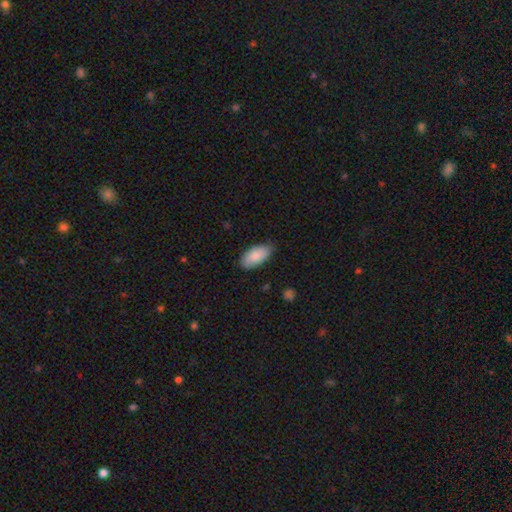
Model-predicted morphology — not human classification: smooth_or_featured: smooth (p=0.87) [alt: featured or disk p=0.08]
how_rounded: in between (p=0.93) [alt: cigar-shaped p=0.06]
merging: none (p=0.81) [alt: minor disturbance p=0.15]